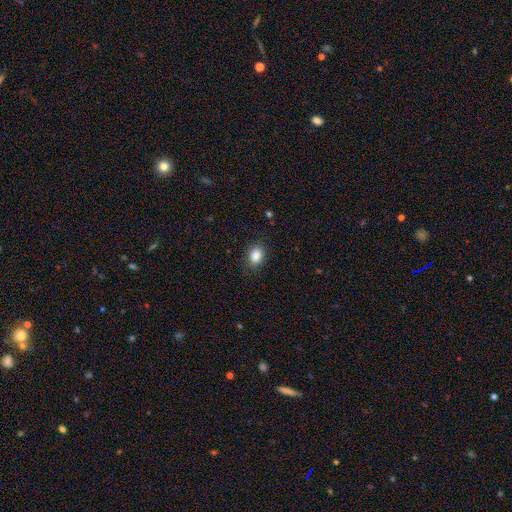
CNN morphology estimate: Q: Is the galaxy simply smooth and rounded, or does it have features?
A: smooth — 87%.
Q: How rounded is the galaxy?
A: in between — 78%.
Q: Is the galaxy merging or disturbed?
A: none — 86%.